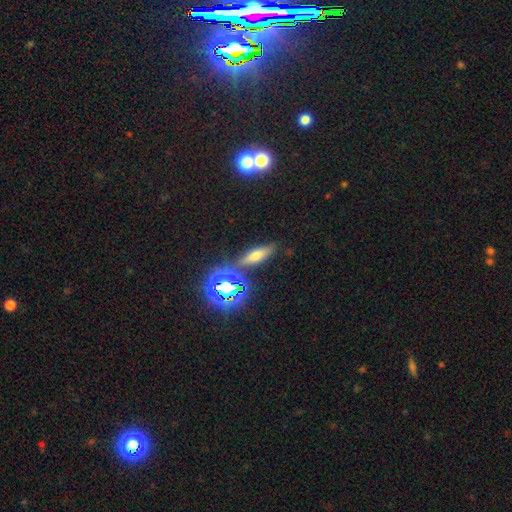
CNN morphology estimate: A smooth galaxy with no disk features (52%) that is cigar-shaped (48%). Merging: none (80%).